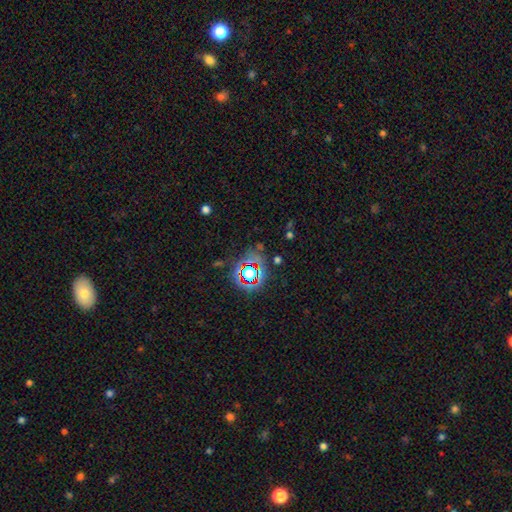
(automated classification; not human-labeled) Smooth or featured? Predicted: star or artifact (p=0.75).